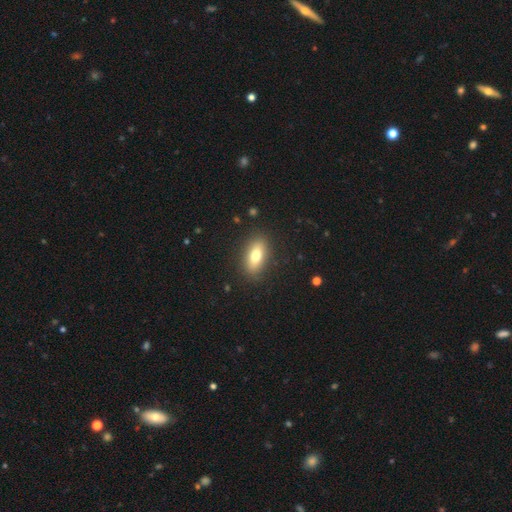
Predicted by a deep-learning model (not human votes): Smooth or featured? smooth (75%)
How rounded? in between (83%)
Merging? none (87%)